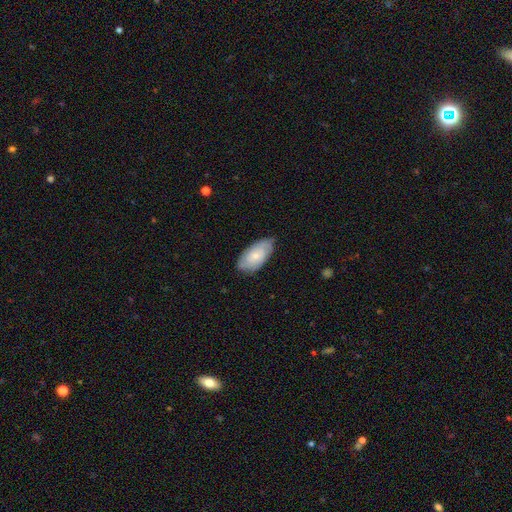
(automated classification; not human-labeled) The model was most divided on "smooth or featured": smooth: 54%, featured or disk: 40%, star or artifact: 6%. More confident: how rounded — in between (93%); merging — none (73%).